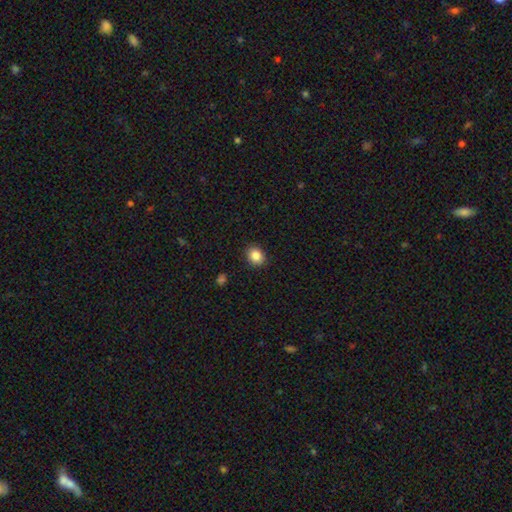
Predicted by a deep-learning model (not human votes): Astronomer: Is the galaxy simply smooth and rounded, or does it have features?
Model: smooth — 86%.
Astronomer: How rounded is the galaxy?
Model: round — 54% (runner-up: in between, 45%).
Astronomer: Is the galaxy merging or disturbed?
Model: none — 89%.